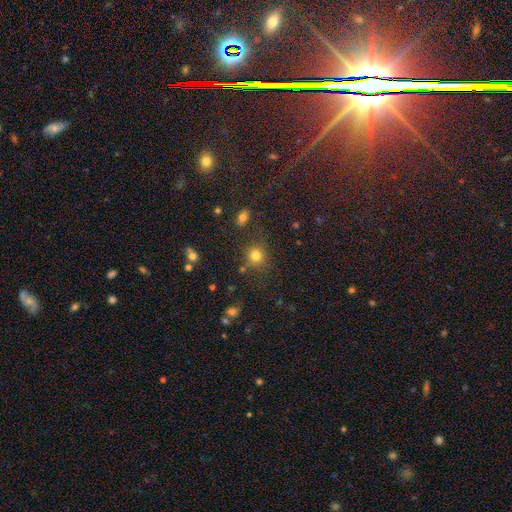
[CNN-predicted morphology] The model was most divided on "smooth or featured": smooth: 77%, star or artifact: 16%, featured or disk: 7%. More confident: how rounded — round (85%); merging — none (76%).